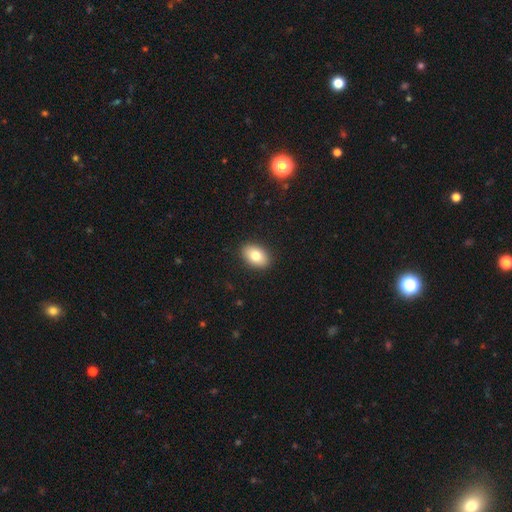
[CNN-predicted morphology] Overall: smooth (80%). How rounded: in between (87%). Merging: none (90%).